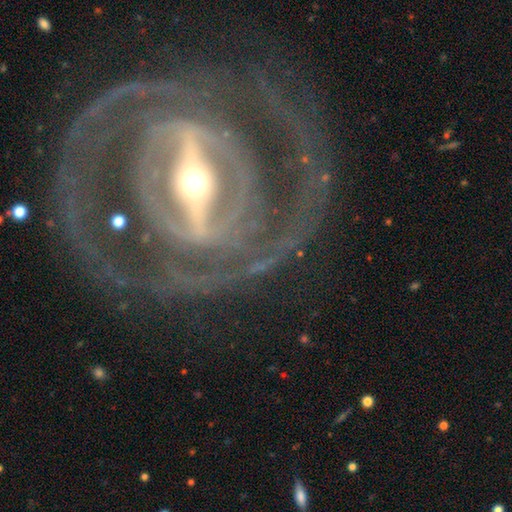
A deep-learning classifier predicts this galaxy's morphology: A featured or disk galaxy (89%) with a strong bar (81%), 2 (56%) tight (61%) spiral arms (82%) and a moderate central bulge (49%). Merging: none (75%).